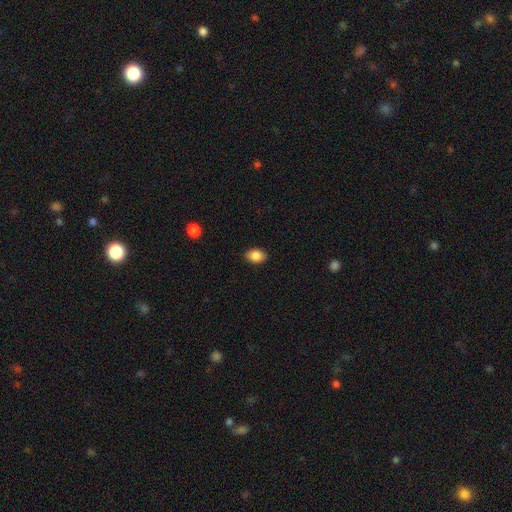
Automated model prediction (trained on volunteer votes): Smooth or featured? smooth (86%)
How rounded? in between (81%)
Merging? none (87%)